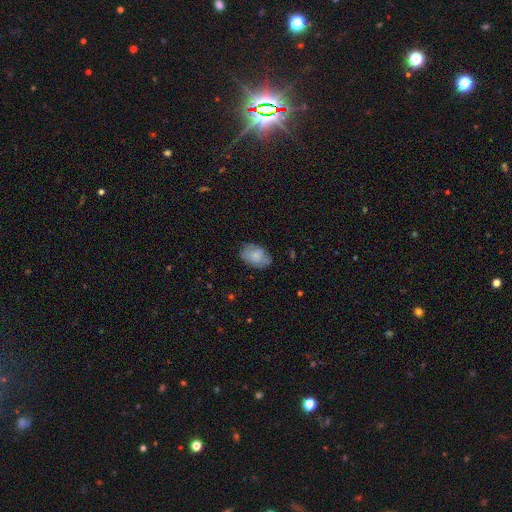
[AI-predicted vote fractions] Q: Smooth or featured?
A: smooth (73%); runner-up: featured or disk (20%)
Q: How rounded?
A: in between (88%); runner-up: round (11%)
Q: Merging?
A: none (70%); runner-up: minor disturbance (23%)